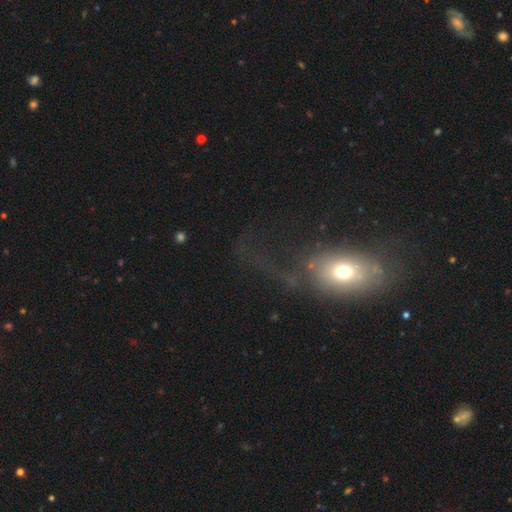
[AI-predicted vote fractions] This appears to be a smooth galaxy with no disk features (52%) that is in between round and cigar-shaped (62%). Merging: major disturbance (44%).